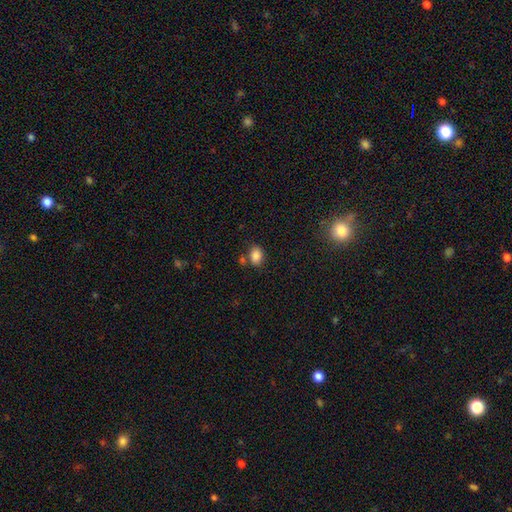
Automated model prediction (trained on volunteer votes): This appears to be a smooth galaxy with no disk features (85%) that is in between round and cigar-shaped (75%). Merging: none (70%).